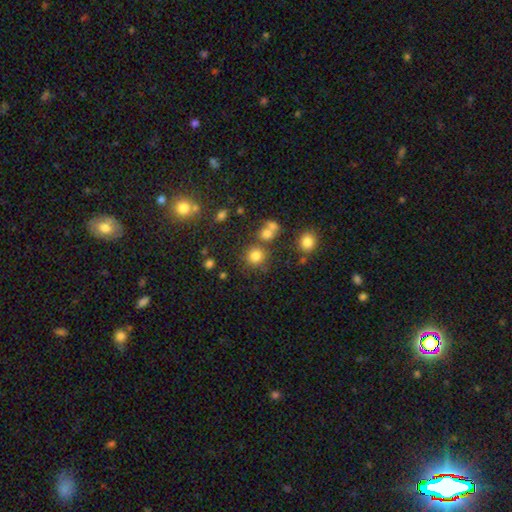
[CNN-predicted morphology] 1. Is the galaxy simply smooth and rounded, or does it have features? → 78% smooth, 15% star or artifact, 7% featured or disk.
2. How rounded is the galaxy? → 89% round, 10% in between, 1% cigar-shaped.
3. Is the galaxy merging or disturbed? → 71% none, 14% merger, 10% minor disturbance, 5% major disturbance.